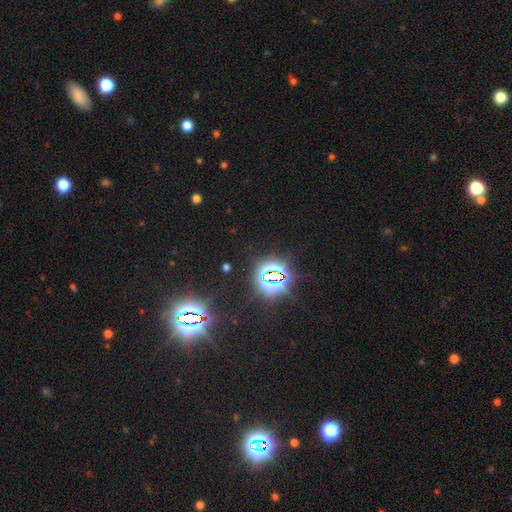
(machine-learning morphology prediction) A star or artifact, not a galaxy (81%).

Vote fractions:
- Smooth or featured? star or artifact: 81% / smooth: 12% / featured or disk: 7%